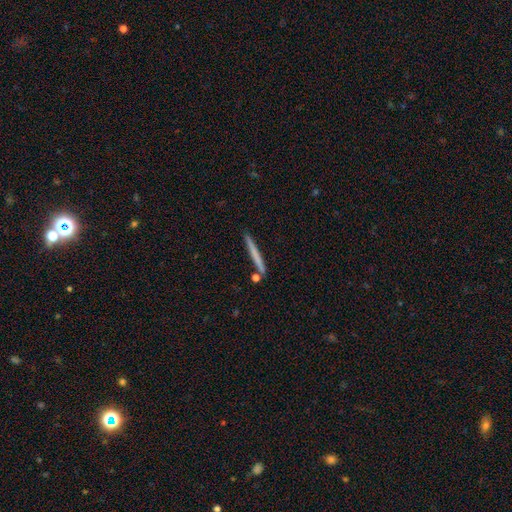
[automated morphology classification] smooth 62%, featured or disk 32%, star or artifact 6%. Down the decision tree: how rounded — cigar-shaped (97%); merging — none (85%).